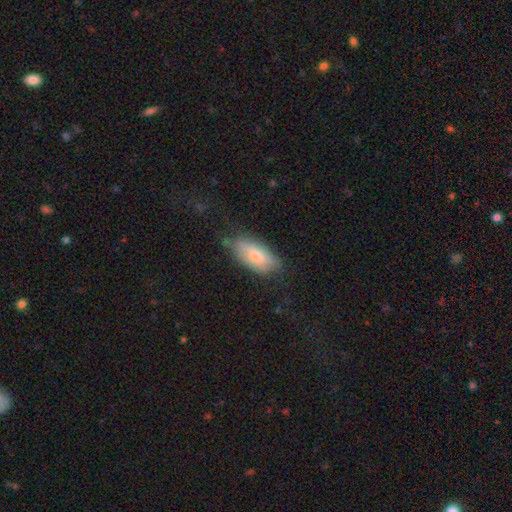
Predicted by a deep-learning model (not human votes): Smooth or featured? smooth (71%)
How rounded? in between (85%)
Merging? none (63%)